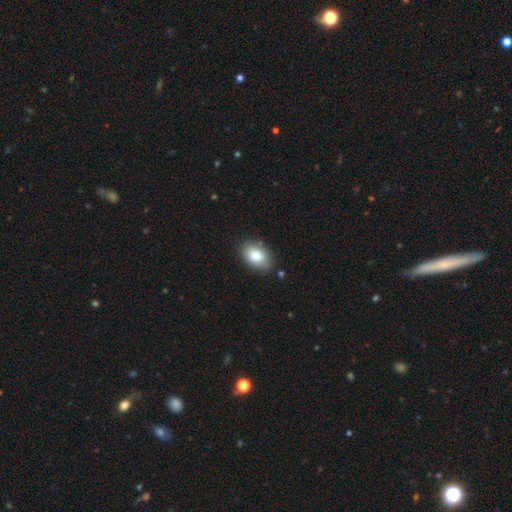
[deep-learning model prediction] Overall: smooth (83%). How rounded: in between (87%). Merging: none (83%).